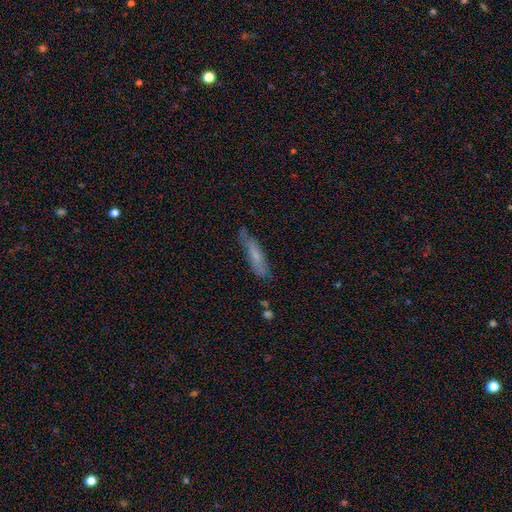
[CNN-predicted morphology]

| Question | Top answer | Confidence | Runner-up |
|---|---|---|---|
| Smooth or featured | smooth | 58% | featured or disk (34%) |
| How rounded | cigar-shaped | 77% | in between (21%) |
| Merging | none | 69% | minor disturbance (23%) |